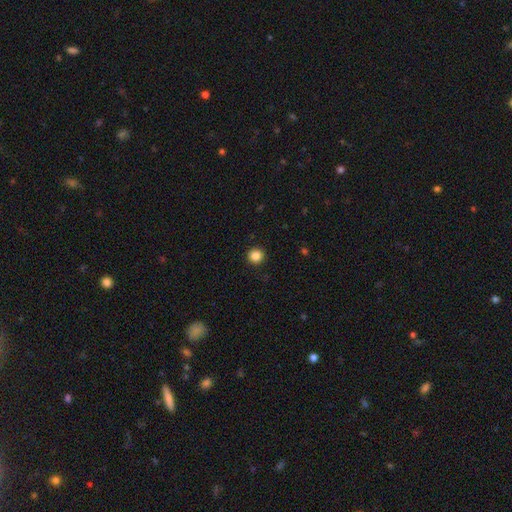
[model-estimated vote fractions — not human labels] The model was most divided on "smooth or featured": smooth: 86%, star or artifact: 11%, featured or disk: 4%. More confident: how rounded — round (95%); merging — none (93%).